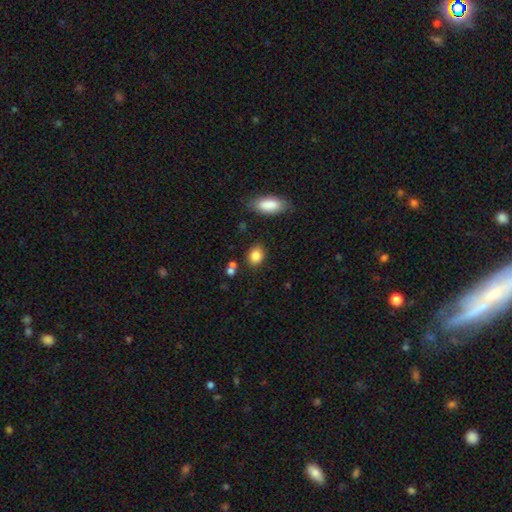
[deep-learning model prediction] Overall: smooth (85%). How rounded: in between (55%; round 43%). Merging: none (80%).